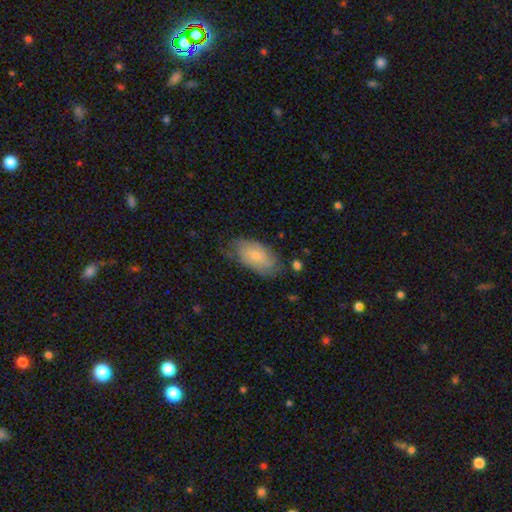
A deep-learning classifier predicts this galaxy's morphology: Overall: smooth (67%; featured or disk 27%). How rounded: in between (93%). Merging: none (65%; minor disturbance 26%).